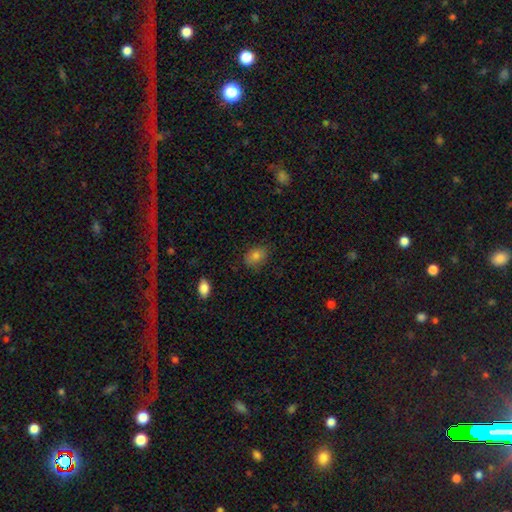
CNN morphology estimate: type=smooth (81%); roundness=in between (67%); merging=none (80%).